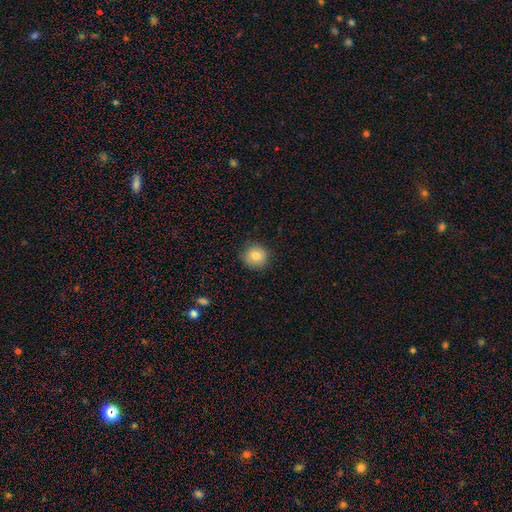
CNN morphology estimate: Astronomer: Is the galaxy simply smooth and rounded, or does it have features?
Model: smooth — 78%.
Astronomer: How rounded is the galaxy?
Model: round — 91%.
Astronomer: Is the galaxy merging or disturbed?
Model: none — 87%.